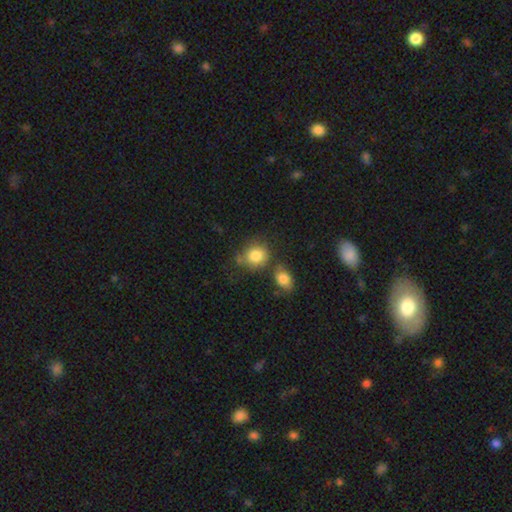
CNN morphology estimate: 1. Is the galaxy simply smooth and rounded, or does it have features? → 83% smooth, 8% featured or disk, 8% star or artifact.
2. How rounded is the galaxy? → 74% round, 25% in between, 1% cigar-shaped.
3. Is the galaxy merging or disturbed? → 59% none, 20% merger, 16% minor disturbance, 5% major disturbance.